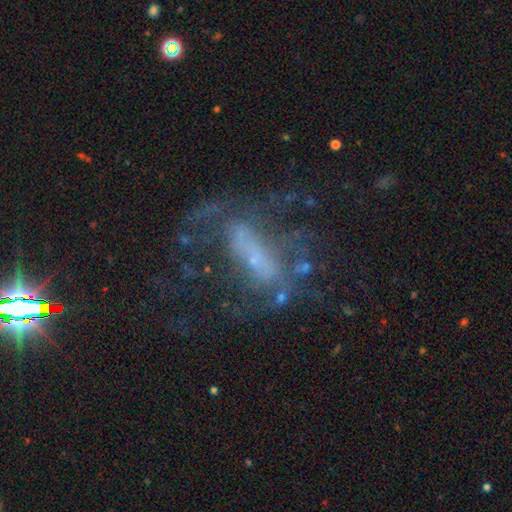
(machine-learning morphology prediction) Q: Smooth or featured?
A: featured or disk (65%); runner-up: smooth (17%)
Q: Edge-on disk?
A: no (88%); runner-up: yes (12%)
Q: Bar?
A: no (42%); runner-up: weak (29%)
Q: Spiral arms?
A: yes (52%); runner-up: no (48%)
Q: Bulge size?
A: small (56%); runner-up: none (20%)
Q: Merging?
A: none (45%); runner-up: major disturbance (34%)